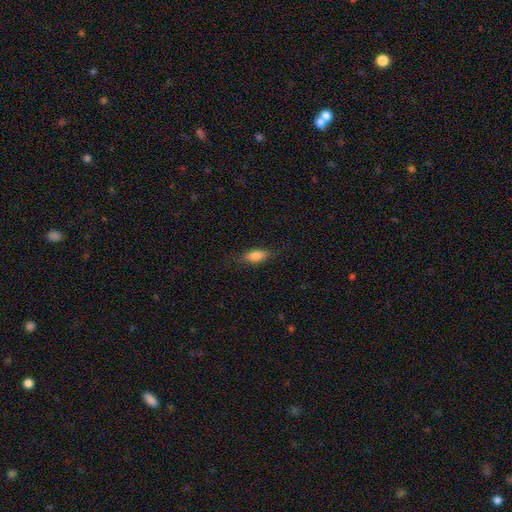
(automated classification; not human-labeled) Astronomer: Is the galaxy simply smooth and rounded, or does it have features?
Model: smooth — 76%.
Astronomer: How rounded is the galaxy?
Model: in between — 78%.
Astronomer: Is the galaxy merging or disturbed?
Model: none — 79%.